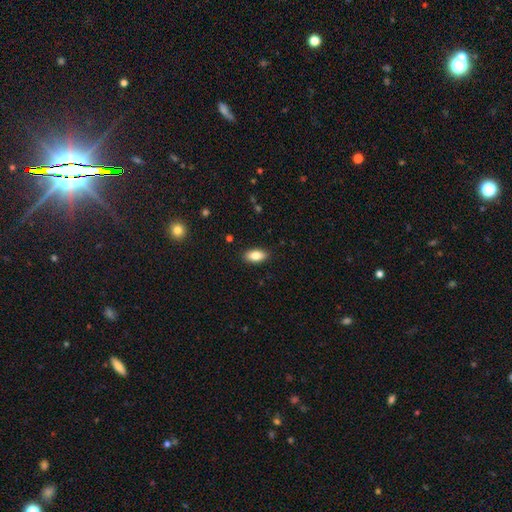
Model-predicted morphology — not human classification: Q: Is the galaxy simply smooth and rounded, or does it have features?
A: smooth — 84%.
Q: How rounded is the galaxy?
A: in between — 91%.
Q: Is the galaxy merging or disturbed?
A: none — 89%.